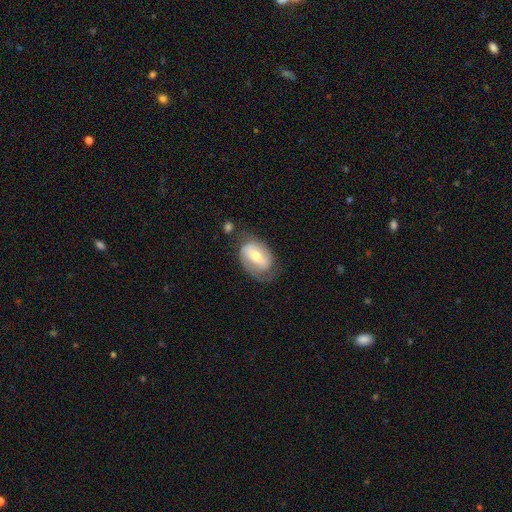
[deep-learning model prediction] The model was most divided on "bar": weak: 40%, strong: 32%, no: 28%. More confident: edge-on disk — no (95%); spiral arms — yes (74%); bulge size — moderate (64%); smooth or featured — featured or disk (60%); merging — none (56%).